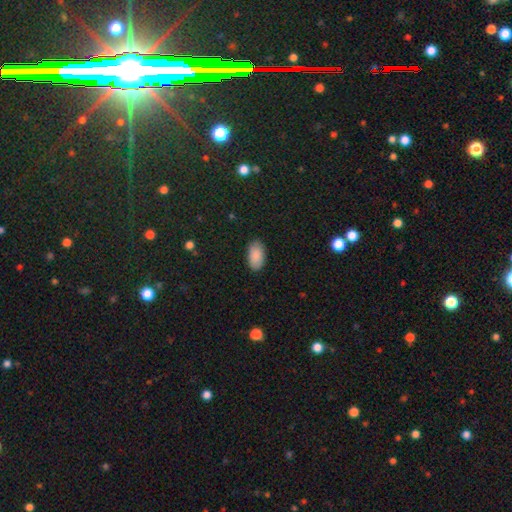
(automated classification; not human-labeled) Smooth or featured? smooth (89%)
How rounded? in between (95%)
Merging? none (88%)